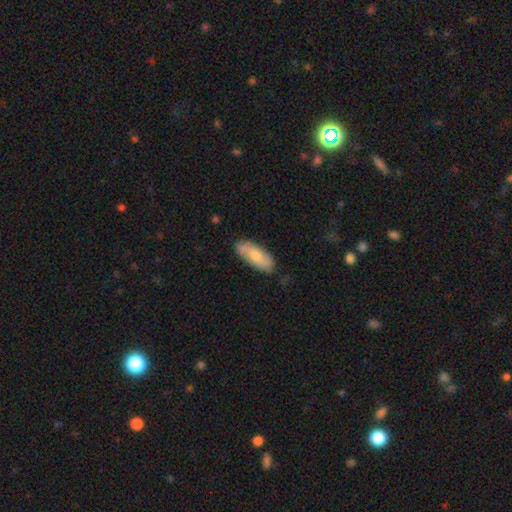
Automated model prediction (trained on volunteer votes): Smooth or featured?
  - smooth: 65% *
  - featured or disk: 29%
  - star or artifact: 6%
How rounded?
  - in between: 81% *
  - cigar-shaped: 17%
  - round: 2%
Merging?
  - none: 76% *
  - minor disturbance: 19%
  - major disturbance: 3%
  - merger: 2%